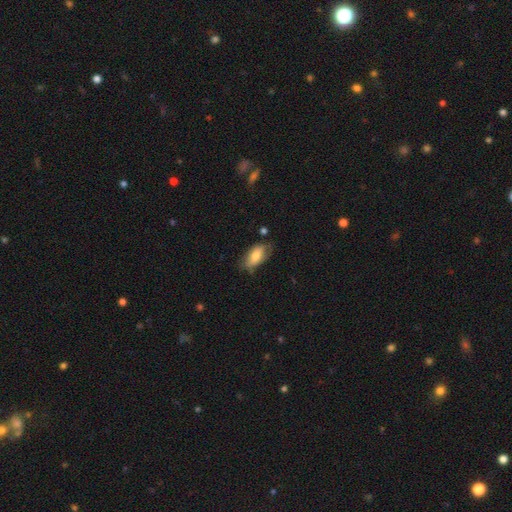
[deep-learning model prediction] smooth_or_featured: smooth (p=0.70) [alt: featured or disk p=0.23]
how_rounded: in between (p=0.89) [alt: cigar-shaped p=0.08]
merging: none (p=0.61) [alt: minor disturbance p=0.28]